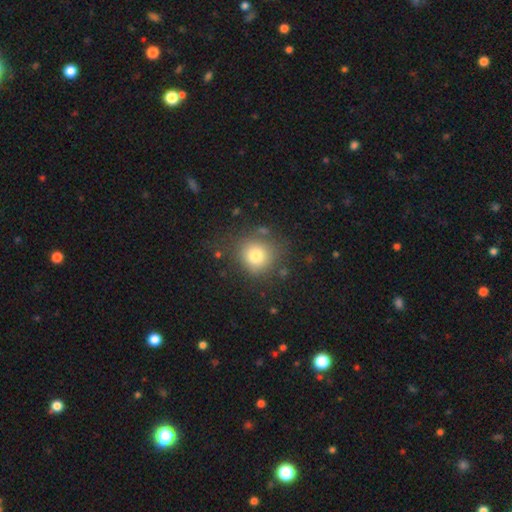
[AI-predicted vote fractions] A smooth galaxy with no disk features (78%) that is round (87%).

Vote fractions:
- Smooth or featured? smooth: 78% / star or artifact: 12% / featured or disk: 10%
- How rounded? round: 87% / in between: 12% / cigar-shaped: 1%
- Merging? none: 76% / minor disturbance: 14% / major disturbance: 6% / merger: 4%